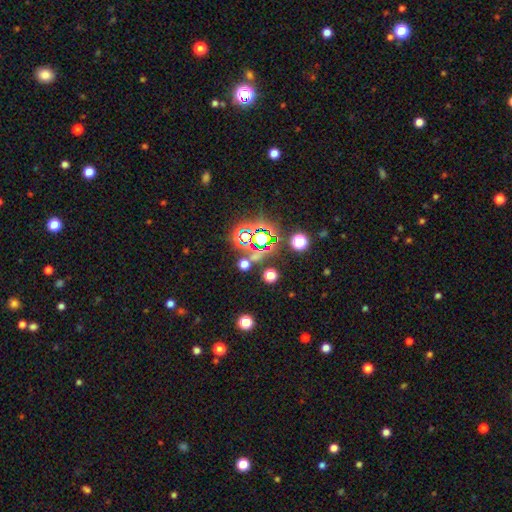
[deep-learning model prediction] This appears to be a star or artifact, not a galaxy (68%).